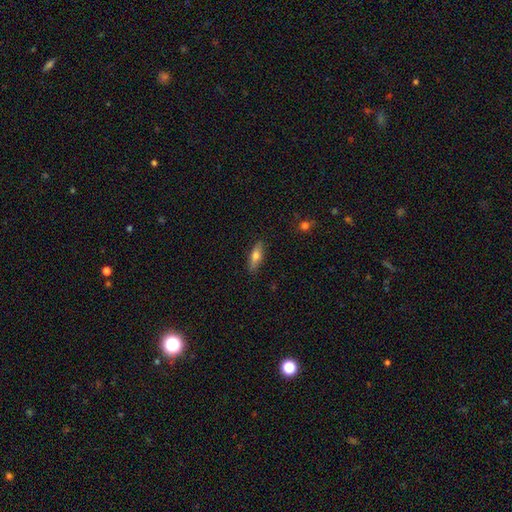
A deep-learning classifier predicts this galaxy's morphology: A smooth galaxy with no disk features (64%) that is in between round and cigar-shaped (49%).

Vote fractions:
- Smooth or featured? smooth: 64% / featured or disk: 30% / star or artifact: 6%
- How rounded? in between: 49% / cigar-shaped: 48% / round: 3%
- Merging? none: 87% / minor disturbance: 10% / major disturbance: 2% / merger: 1%